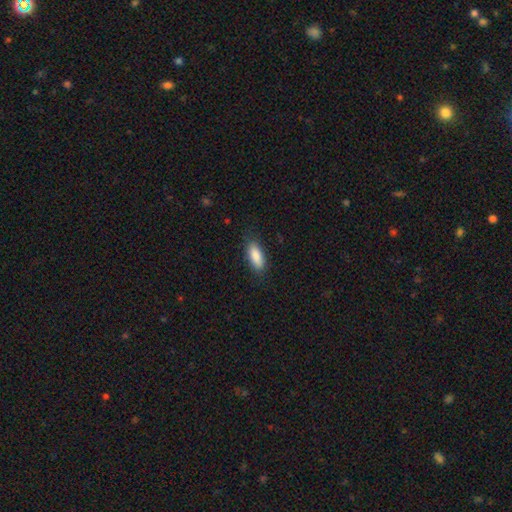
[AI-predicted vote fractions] This appears to be a smooth galaxy with no disk features (87%) that is in between round and cigar-shaped (78%). Merging: none (81%).